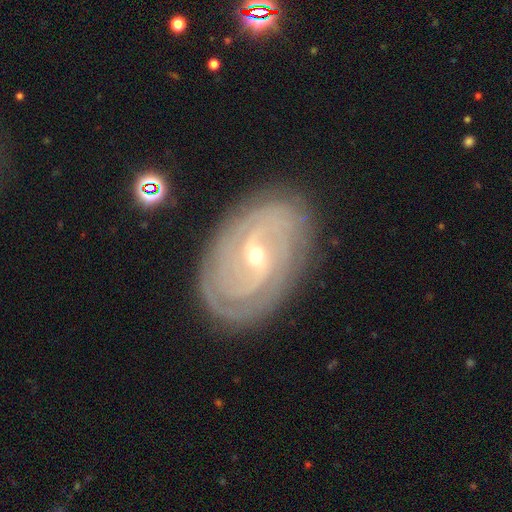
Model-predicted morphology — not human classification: Smooth or featured? featured or disk (87%)
Edge-on disk? no (96%)
Bar? weak (47%)
Spiral arms? yes (96%)
Spiral winding? tight (78%)
Spiral arm count? 2 (30%)
Bulge size? small (58%)
Merging? none (83%)